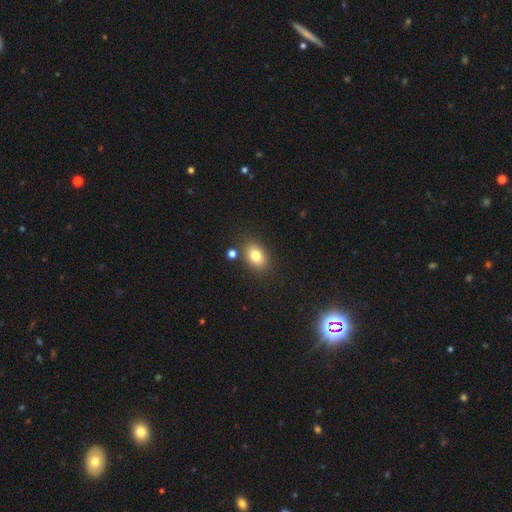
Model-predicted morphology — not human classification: Q: Smooth or featured?
A: smooth (81%); runner-up: star or artifact (10%)
Q: How rounded?
A: in between (74%); runner-up: round (25%)
Q: Merging?
A: none (80%); runner-up: minor disturbance (11%)